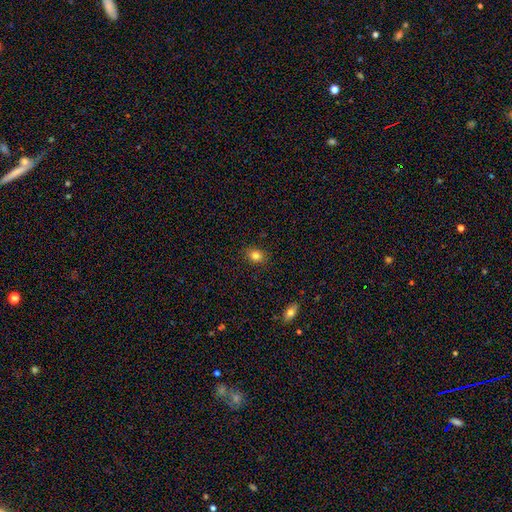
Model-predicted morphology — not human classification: The model was most divided on "how rounded": round: 54%, in between: 45%, cigar-shaped: 1%. More confident: merging — none (89%); smooth or featured — smooth (82%).